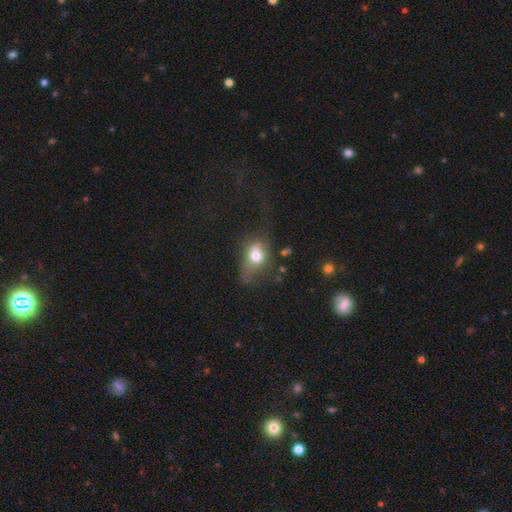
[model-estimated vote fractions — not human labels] Q: Smooth or featured?
A: smooth (67%); runner-up: featured or disk (23%)
Q: How rounded?
A: in between (72%); runner-up: round (25%)
Q: Merging?
A: major disturbance (39%); runner-up: none (29%)